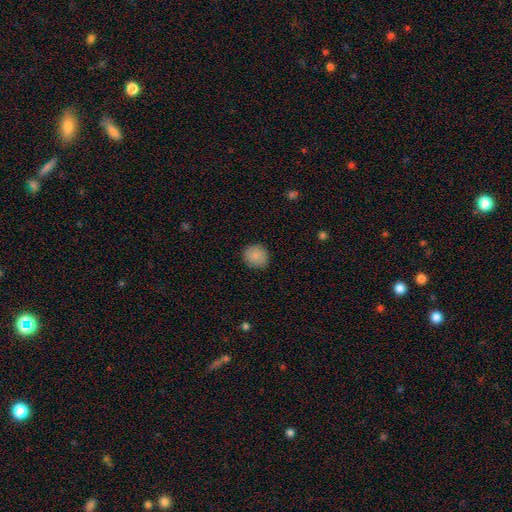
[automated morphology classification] Smooth or featured?
  - smooth: 86% *
  - star or artifact: 8%
  - featured or disk: 6%
How rounded?
  - round: 84% *
  - in between: 15%
  - cigar-shaped: 1%
Merging?
  - none: 86% *
  - minor disturbance: 11%
  - major disturbance: 2%
  - merger: 1%